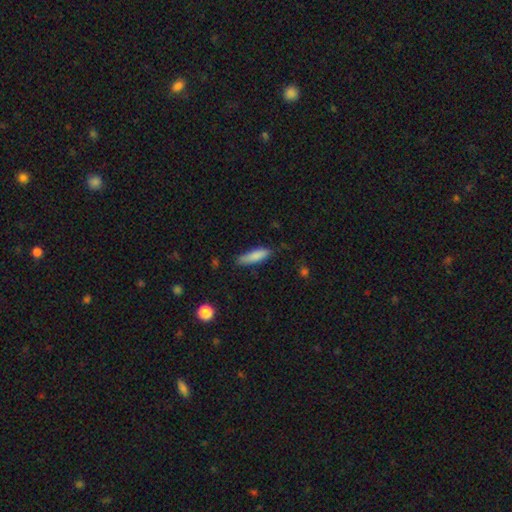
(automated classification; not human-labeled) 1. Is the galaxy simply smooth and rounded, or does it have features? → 84% smooth, 9% featured or disk, 6% star or artifact.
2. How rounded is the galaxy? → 63% cigar-shaped, 35% in between, 2% round.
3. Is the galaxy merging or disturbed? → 76% none, 19% minor disturbance, 3% major disturbance, 2% merger.